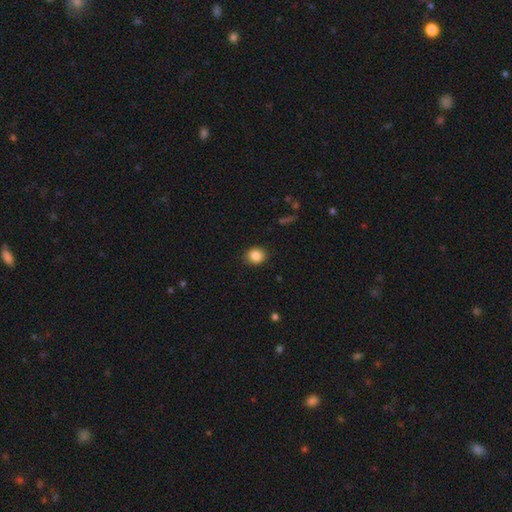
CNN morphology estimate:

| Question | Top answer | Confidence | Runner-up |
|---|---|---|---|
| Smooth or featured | smooth | 86% | star or artifact (9%) |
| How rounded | round | 71% | in between (28%) |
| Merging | none | 89% | minor disturbance (8%) |